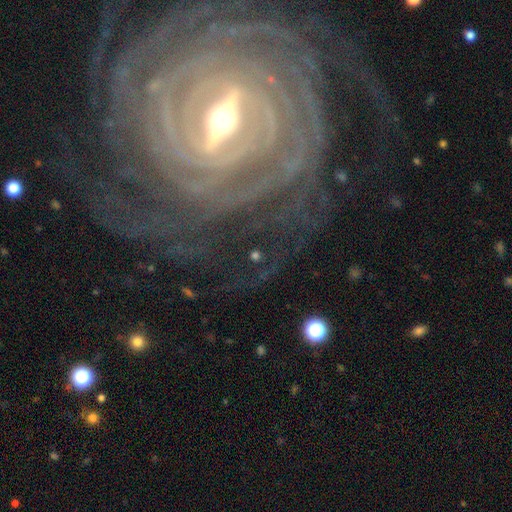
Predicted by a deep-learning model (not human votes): A featured or disk galaxy (48%).

Vote fractions:
- Smooth or featured? featured or disk: 48% / star or artifact: 35% / smooth: 18%
- Merging? none: 74% / minor disturbance: 13% / major disturbance: 9% / merger: 4%